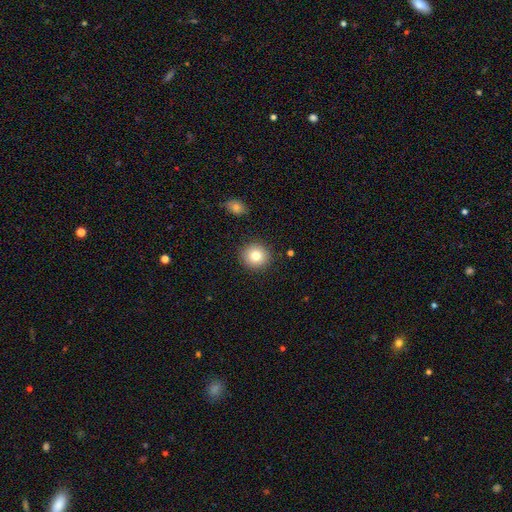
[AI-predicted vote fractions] Morphology: type=smooth (80%); roundness=round (91%); merging=none (90%).